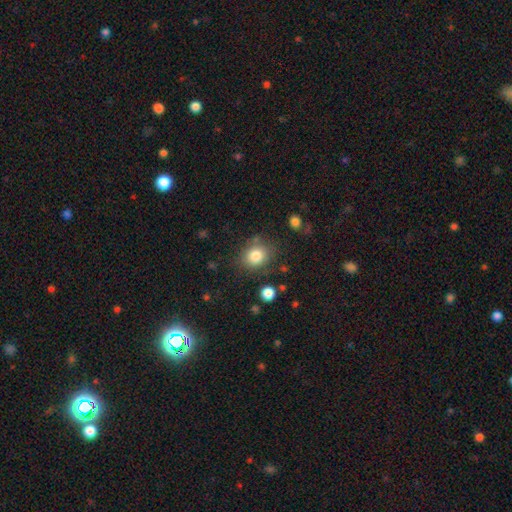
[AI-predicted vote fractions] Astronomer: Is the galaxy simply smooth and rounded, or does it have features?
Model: smooth — 83%.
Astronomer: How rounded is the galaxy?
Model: round — 64%.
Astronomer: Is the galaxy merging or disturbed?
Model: none — 76%.